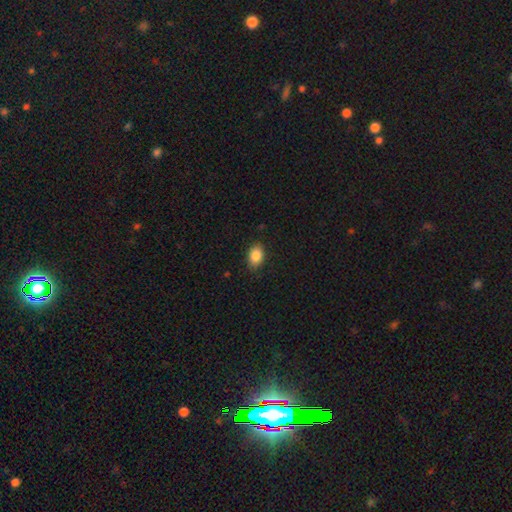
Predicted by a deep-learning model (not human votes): This is clearly a smooth galaxy (86%). How rounded: clearly in between (84%). Merging: clearly none (85%).